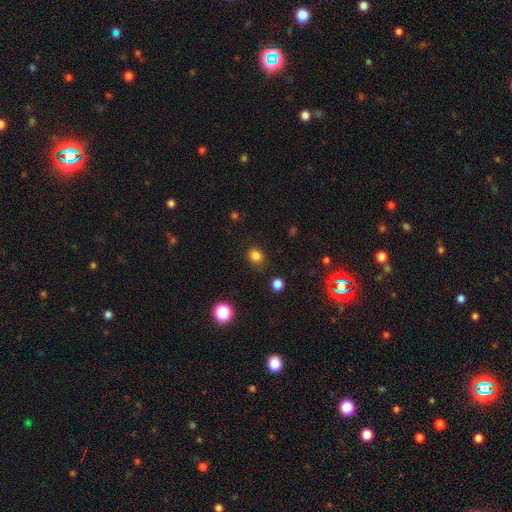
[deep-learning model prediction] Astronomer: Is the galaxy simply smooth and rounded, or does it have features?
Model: smooth — 82%.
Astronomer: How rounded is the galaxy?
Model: round — 73%.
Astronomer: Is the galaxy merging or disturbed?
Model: none — 81%.